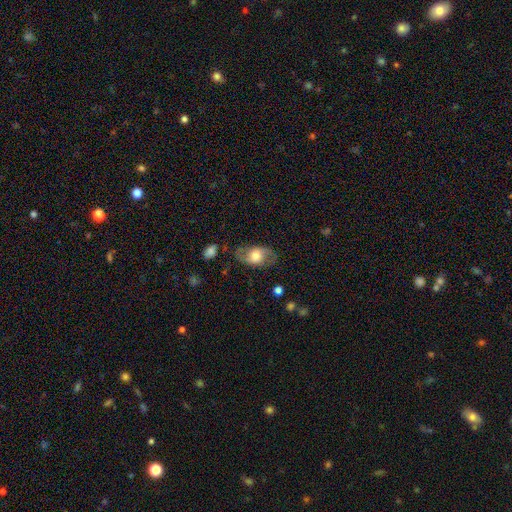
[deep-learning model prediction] Smooth or featured? Predicted: smooth (p=0.52). How rounded? Predicted: in between (p=0.82). Merging? Predicted: none (p=0.71).